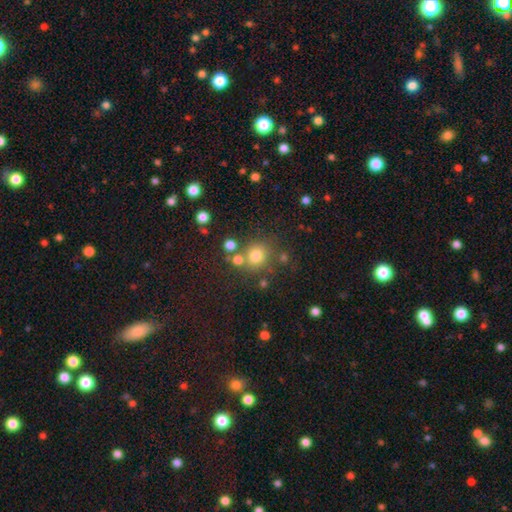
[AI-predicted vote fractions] This is likely a smooth galaxy (75%). How rounded: clearly round (87%). Merging: likely none (71%).